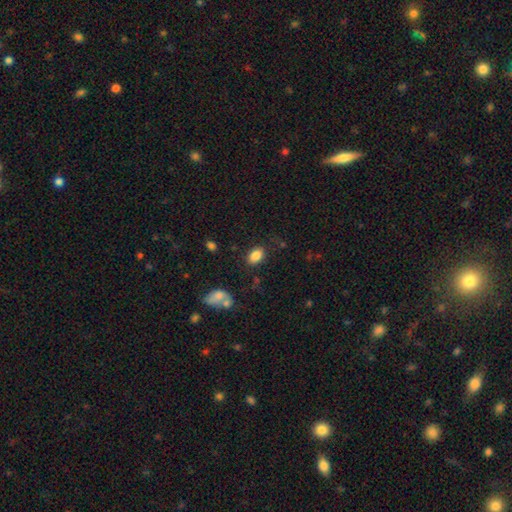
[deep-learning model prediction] A smooth galaxy with no disk features (85%) that is in between round and cigar-shaped (83%).

Vote fractions:
- Smooth or featured? smooth: 85% / star or artifact: 9% / featured or disk: 6%
- How rounded? in between: 83% / round: 16% / cigar-shaped: 1%
- Merging? none: 81% / minor disturbance: 12% / major disturbance: 4% / merger: 3%